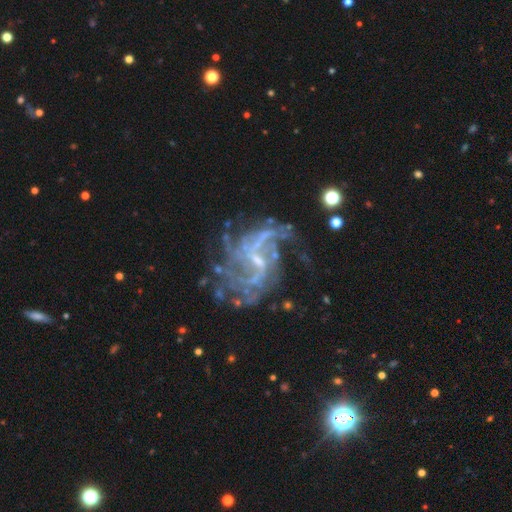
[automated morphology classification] This is clearly a featured or disk galaxy (86%). It is clearly not viewed edge-on (98%). Bar: possibly weak (54%). Spiral arm pattern: clearly yes (91%). Spiral arm count: marginally can't tell (31%). Spiral winding: possibly loose (47%). Central bulge: likely small (61%). Merging: possibly none (49%).